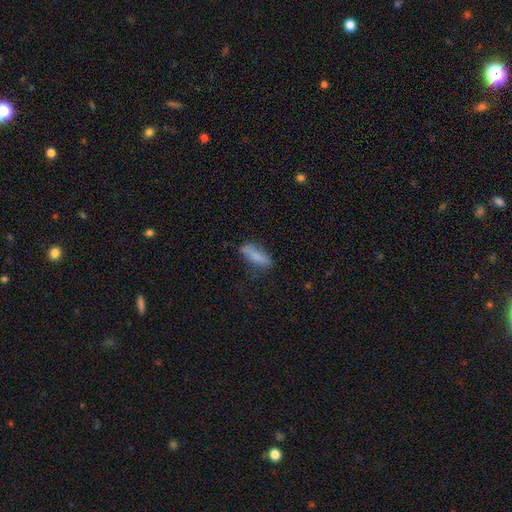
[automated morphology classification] This appears to be a smooth galaxy with no disk features (79%) that is cigar-shaped (51%). Merging: none (67%).